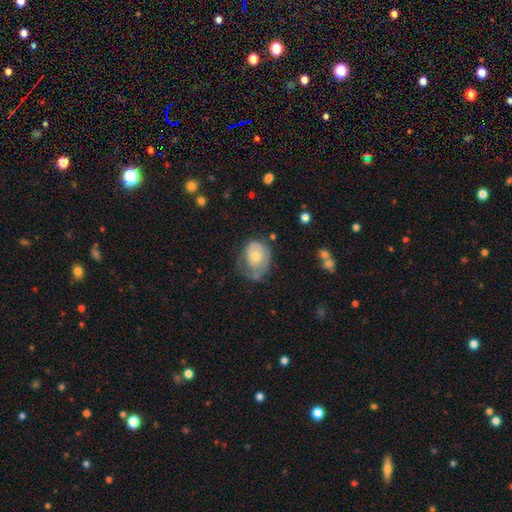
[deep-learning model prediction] Smooth or featured?
  - smooth: 54% *
  - featured or disk: 39%
  - star or artifact: 7%
How rounded?
  - in between: 57% *
  - round: 42%
  - cigar-shaped: 1%
Merging?
  - minor disturbance: 36% *
  - none: 32%
  - major disturbance: 27%
  - merger: 4%